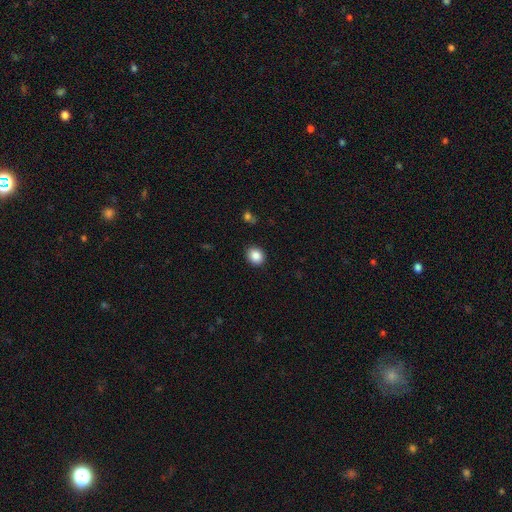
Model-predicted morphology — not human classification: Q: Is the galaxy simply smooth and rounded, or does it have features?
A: smooth — 87%.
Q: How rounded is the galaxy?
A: round — 65%.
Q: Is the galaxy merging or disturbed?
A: none — 90%.